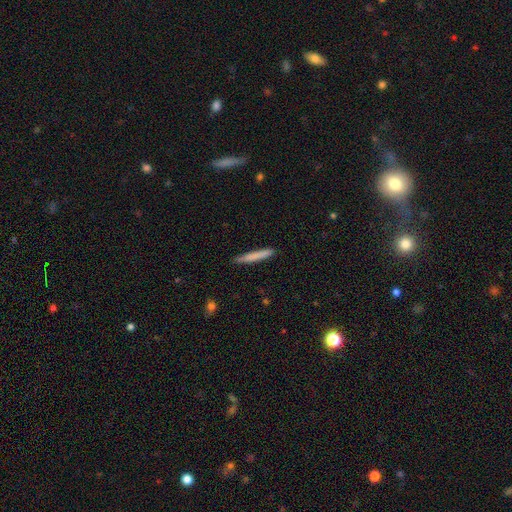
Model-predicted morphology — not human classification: Q: Smooth or featured?
A: smooth (76%); runner-up: featured or disk (18%)
Q: How rounded?
A: cigar-shaped (96%); runner-up: in between (3%)
Q: Merging?
A: none (85%); runner-up: minor disturbance (12%)